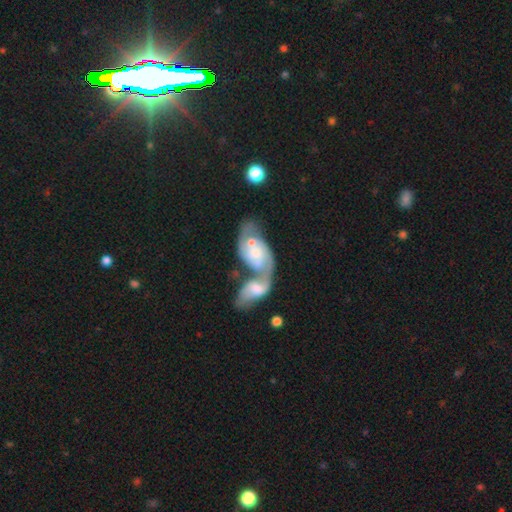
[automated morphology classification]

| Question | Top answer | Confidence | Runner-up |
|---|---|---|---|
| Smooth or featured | featured or disk | 80% | smooth (14%) |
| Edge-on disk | no | 95% | yes (5%) |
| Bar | no | 56% | weak (36%) |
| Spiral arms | yes | 92% | no (8%) |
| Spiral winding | medium | 46% | loose (31%) |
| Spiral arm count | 2 | 83% | can't tell (9%) |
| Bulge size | moderate | 43% | small (39%) |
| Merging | merger | 75% | none (14%) |